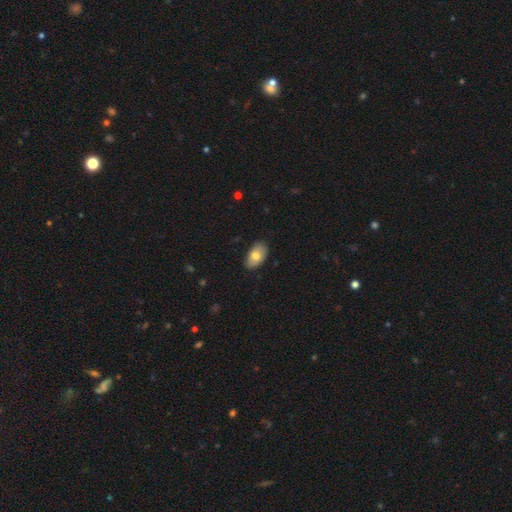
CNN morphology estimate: Overall: smooth (76%). How rounded: in between (94%). Merging: none (79%).